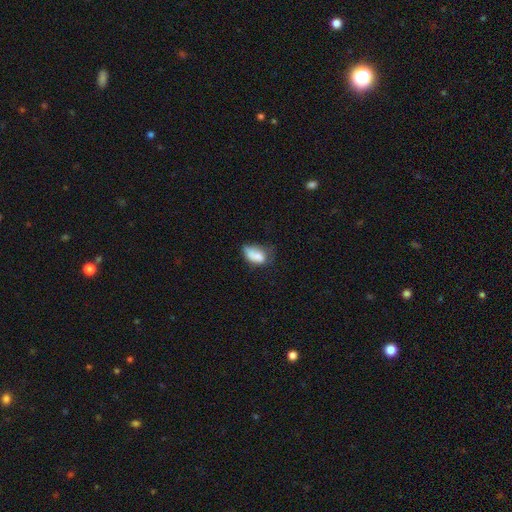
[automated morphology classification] Smooth or featured: smooth — 72% (featured or disk — 19%)
How rounded: in between — 87% (round — 10%)
Merging: minor disturbance — 37% (none — 30%)